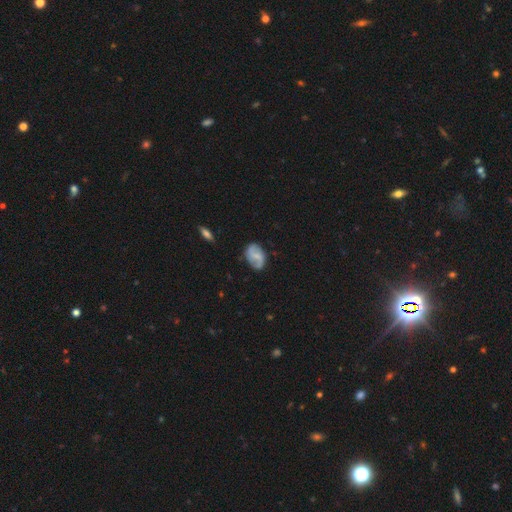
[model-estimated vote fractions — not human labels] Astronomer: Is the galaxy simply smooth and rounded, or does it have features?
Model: featured or disk — 56% (runner-up: smooth, 37%).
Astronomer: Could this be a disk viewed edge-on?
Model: no — 97%.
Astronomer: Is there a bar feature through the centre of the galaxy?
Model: weak — 47% (runner-up: no, 35%).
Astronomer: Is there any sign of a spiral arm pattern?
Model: yes — 88%.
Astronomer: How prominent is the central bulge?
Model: small — 40% (runner-up: none, 39%).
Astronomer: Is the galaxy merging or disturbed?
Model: none — 74%.